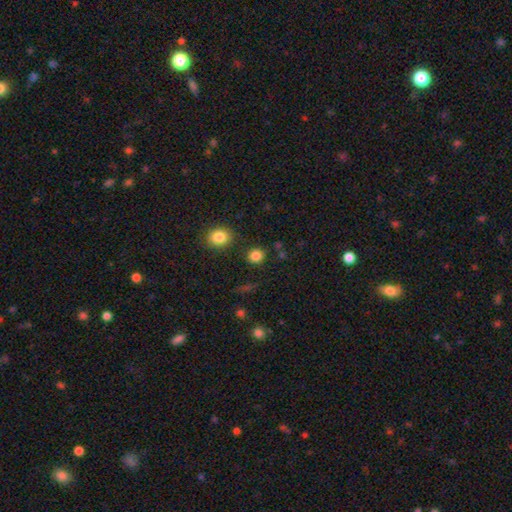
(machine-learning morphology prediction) Smooth or featured? Predicted: smooth (p=0.84). How rounded? Predicted: round (p=0.79). Merging? Predicted: none (p=0.84).